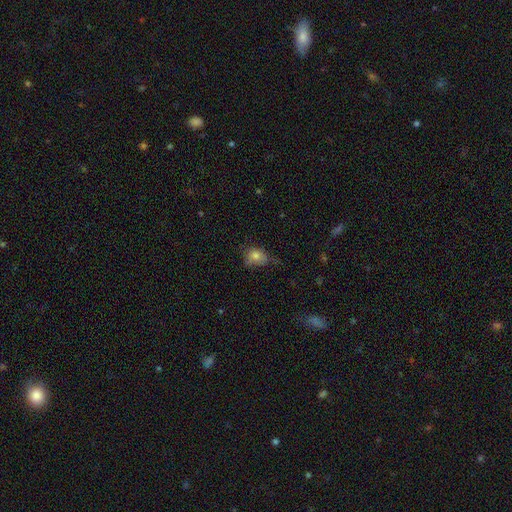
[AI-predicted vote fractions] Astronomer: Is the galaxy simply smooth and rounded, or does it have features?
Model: smooth — 76%.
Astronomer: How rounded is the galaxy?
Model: in between — 51% (runner-up: round, 47%).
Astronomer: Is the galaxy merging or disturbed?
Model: none — 43% (runner-up: minor disturbance, 37%).